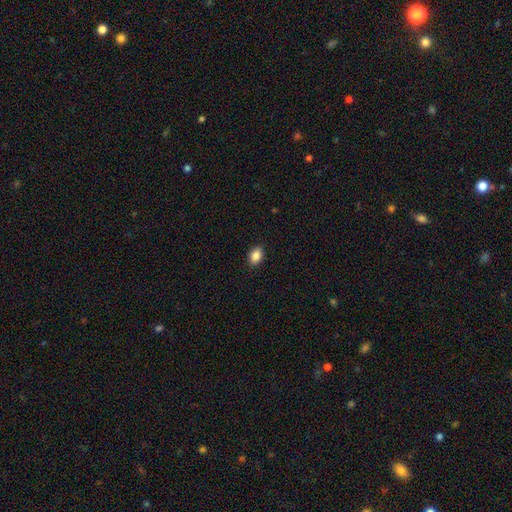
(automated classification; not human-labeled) Smooth or featured: smooth — 87% (star or artifact — 8%)
How rounded: in between — 84% (round — 14%)
Merging: none — 89% (minor disturbance — 8%)